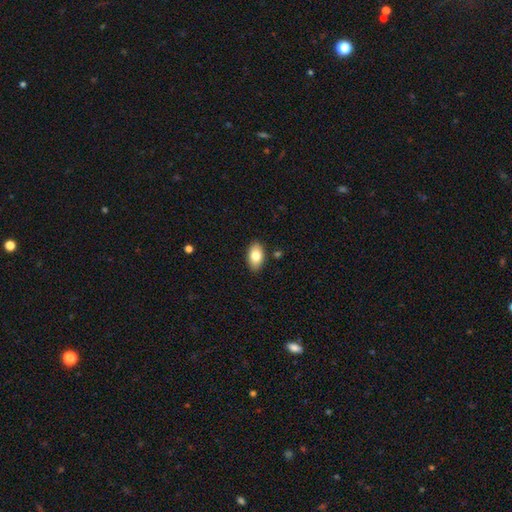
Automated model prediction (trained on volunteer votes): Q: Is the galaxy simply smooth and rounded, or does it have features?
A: smooth — 79%.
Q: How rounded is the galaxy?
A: in between — 93%.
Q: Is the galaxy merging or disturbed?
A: none — 88%.